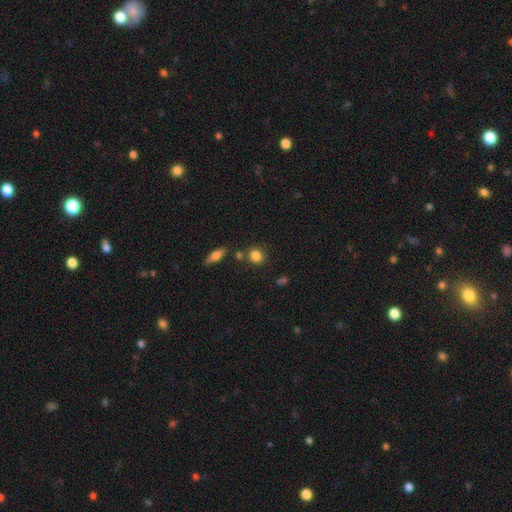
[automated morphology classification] Smooth or featured? Predicted: smooth (p=0.84). How rounded? Predicted: round (p=0.80). Merging? Predicted: none (p=0.77).